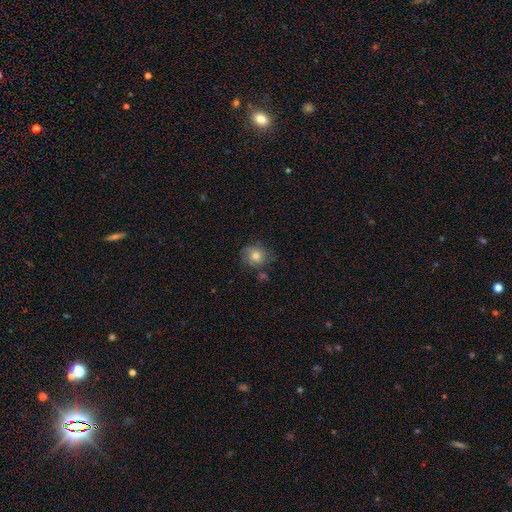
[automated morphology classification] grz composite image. It shows a smooth galaxy with no disk features (59%) that is round (68%). Merging: none (60%).